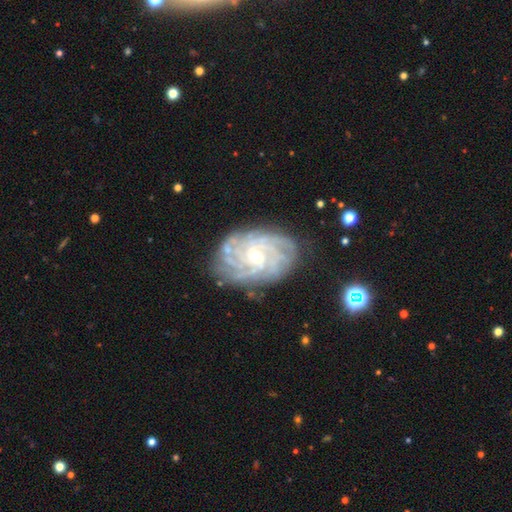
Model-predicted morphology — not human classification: The model was most divided on "spiral arm count": more than 4: 31%, 4: 23%, can't tell: 23%, 3: 10%, 2: 7%, 1: 7%. More confident: spiral arms — yes (98%); edge-on disk — no (97%); smooth or featured — featured or disk (88%); merging — none (81%); spiral winding — tight (75%); bar — no (61%); bulge size — small (58%).